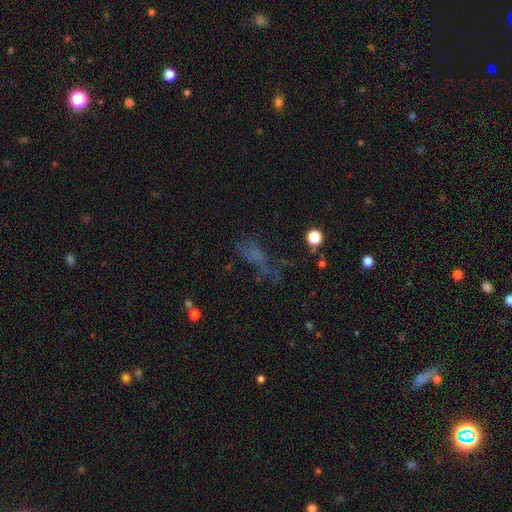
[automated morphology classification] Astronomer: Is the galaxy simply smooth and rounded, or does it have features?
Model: smooth — 37% (runner-up: star or artifact, 32%).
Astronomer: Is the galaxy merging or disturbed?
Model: none — 41% (runner-up: major disturbance, 35%).